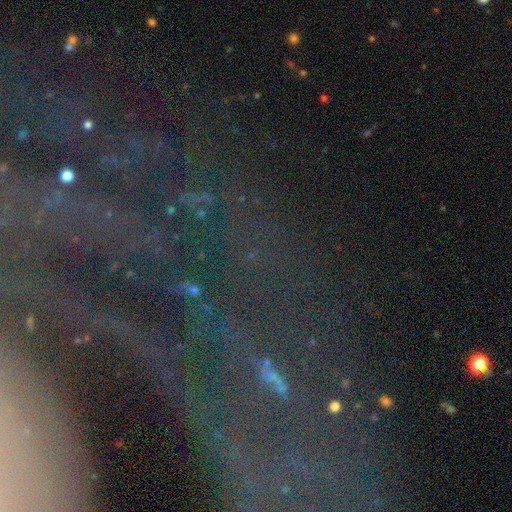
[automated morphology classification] smooth-or-featured: star or artifact: 53% | featured or disk: 34% | smooth: 13%